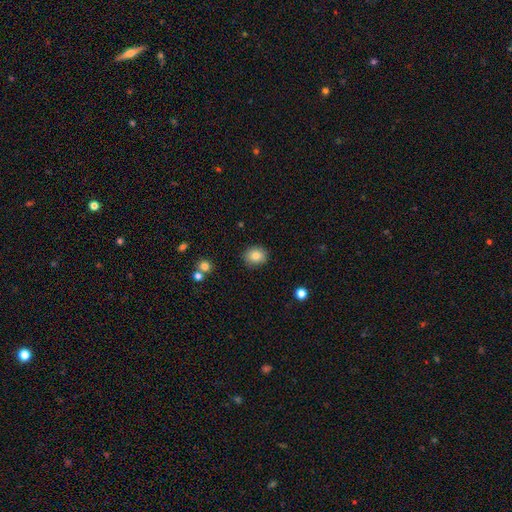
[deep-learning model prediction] Smooth or featured? Predicted: smooth (p=0.83). How rounded? Predicted: round (p=0.72). Merging? Predicted: none (p=0.88).